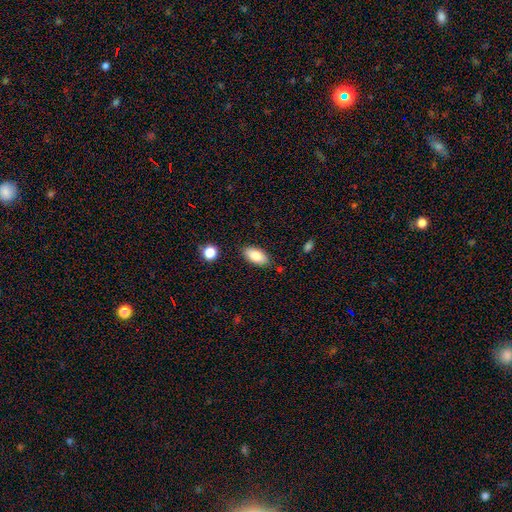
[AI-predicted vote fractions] smooth 84%, featured or disk 10%, star or artifact 7%. Down the decision tree: how rounded — in between (90%); merging — none (83%).